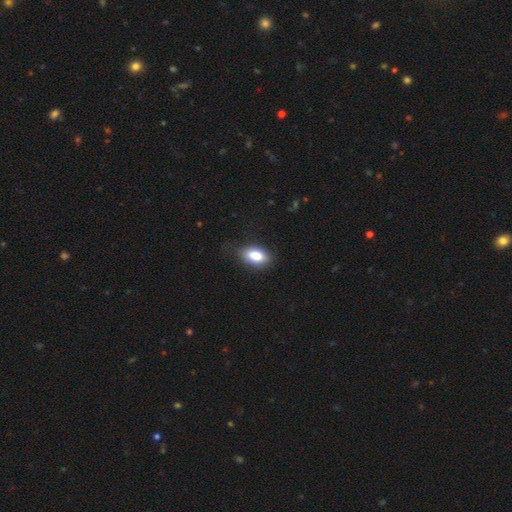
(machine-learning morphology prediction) This is clearly a smooth galaxy (85%). How rounded: clearly in between (89%). Merging: likely none (76%).